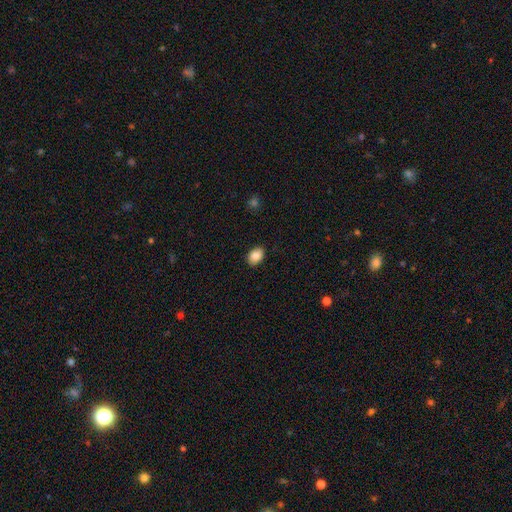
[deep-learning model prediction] Q: Smooth or featured?
A: smooth (89%); runner-up: star or artifact (8%)
Q: How rounded?
A: in between (79%); runner-up: round (20%)
Q: Merging?
A: none (87%); runner-up: minor disturbance (10%)